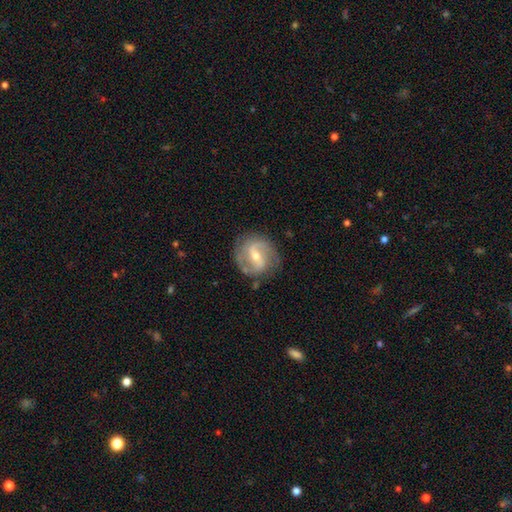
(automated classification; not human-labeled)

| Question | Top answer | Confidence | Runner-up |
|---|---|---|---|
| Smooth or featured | featured or disk | 85% | smooth (10%) |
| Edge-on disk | no | 97% | yes (3%) |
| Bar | weak | 48% | strong (34%) |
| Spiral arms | yes | 94% | no (6%) |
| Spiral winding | medium | 50% | tight (25%) |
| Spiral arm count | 2 | 83% | can't tell (6%) |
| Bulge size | moderate | 49% | small (48%) |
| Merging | none | 79% | minor disturbance (14%) |